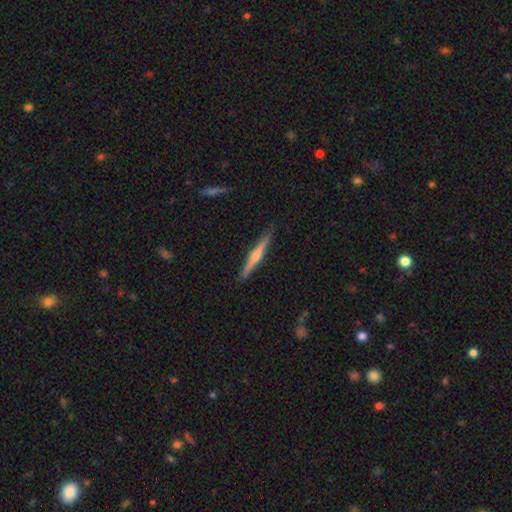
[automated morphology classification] type=featured or disk (72%); edge-on=yes (98%); edge-on bulge=rounded (88%); merging=none (90%).